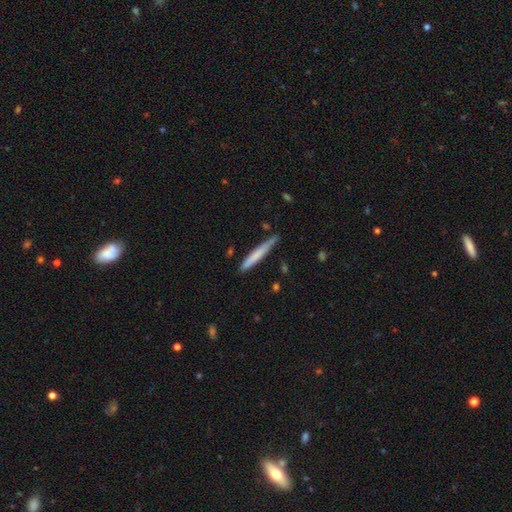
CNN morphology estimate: Smooth or featured: smooth — 68% (featured or disk — 26%)
How rounded: cigar-shaped — 96% (in between — 3%)
Merging: none — 77% (minor disturbance — 18%)